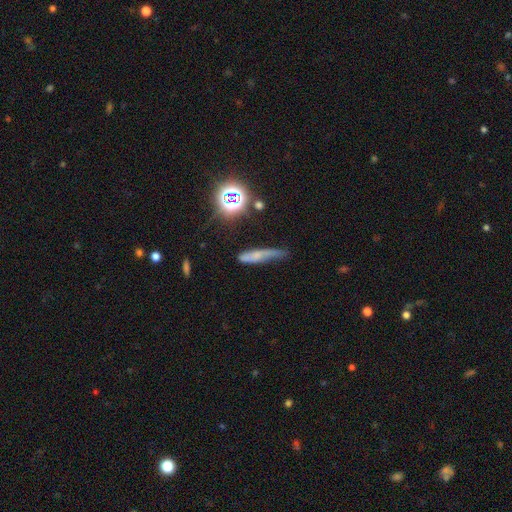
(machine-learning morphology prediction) The model was most divided on "merging": none: 40%, minor disturbance: 37%, major disturbance: 17%, merger: 5%. Remaining: smooth or featured — smooth (49%).